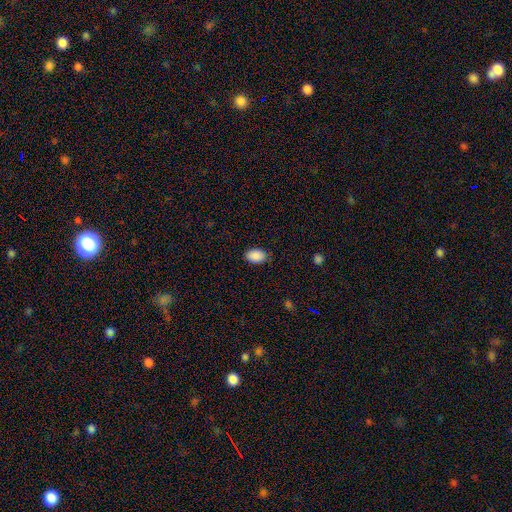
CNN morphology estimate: This appears to be a smooth galaxy with no disk features (90%) that is in between round and cigar-shaped (89%). Merging: none (83%).